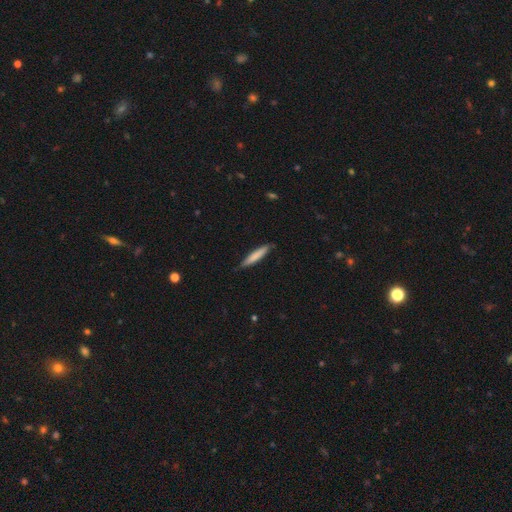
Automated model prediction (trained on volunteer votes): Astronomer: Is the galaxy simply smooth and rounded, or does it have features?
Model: smooth — 78%.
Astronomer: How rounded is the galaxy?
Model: cigar-shaped — 91%.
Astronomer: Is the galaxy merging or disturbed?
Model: none — 86%.